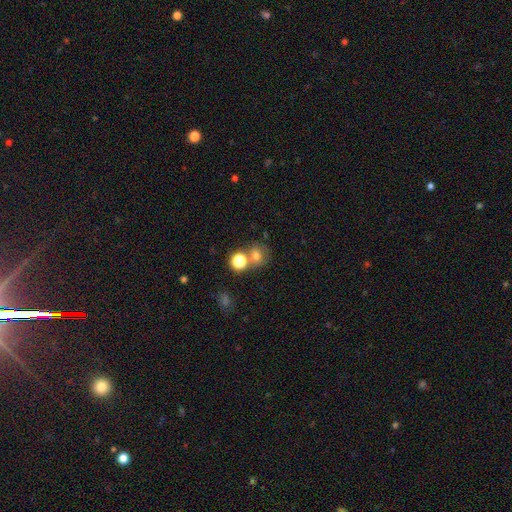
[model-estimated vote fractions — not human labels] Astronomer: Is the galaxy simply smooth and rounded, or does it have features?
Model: smooth — 65%.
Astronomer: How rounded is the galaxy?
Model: round — 75%.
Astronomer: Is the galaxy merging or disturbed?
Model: none — 53% (runner-up: merger, 31%).